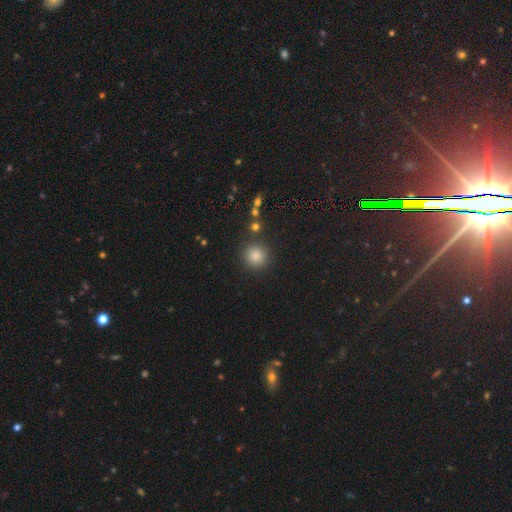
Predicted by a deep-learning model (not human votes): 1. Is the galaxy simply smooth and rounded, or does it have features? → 84% smooth, 11% star or artifact, 4% featured or disk.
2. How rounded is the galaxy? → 94% round, 5% in between, 1% cigar-shaped.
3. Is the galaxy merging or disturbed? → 87% none, 7% minor disturbance, 3% merger, 3% major disturbance.